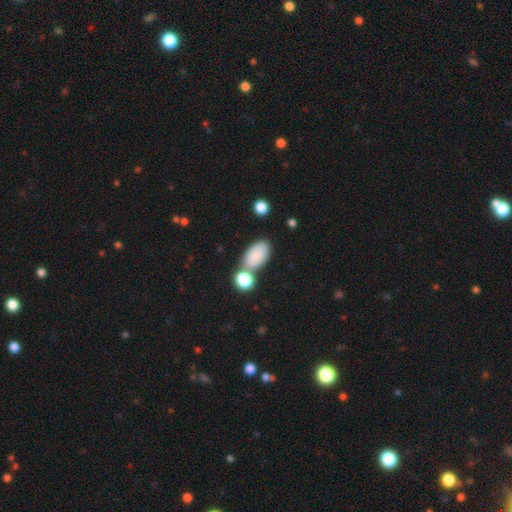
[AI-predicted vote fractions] Overall: smooth (85%). How rounded: in between (94%). Merging: none (58%; merger 25%).